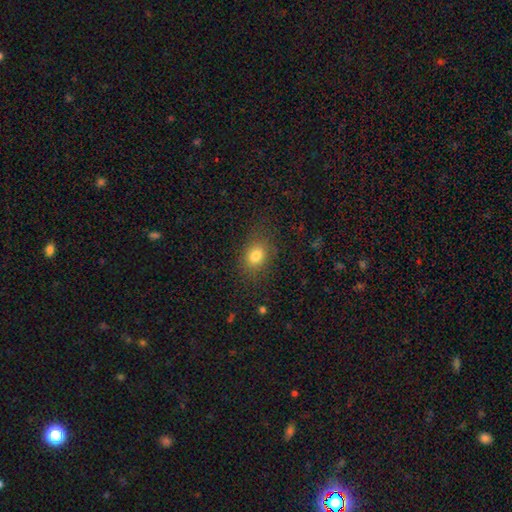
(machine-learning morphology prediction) type=smooth (79%); roundness=in between (61%); merging=none (78%).